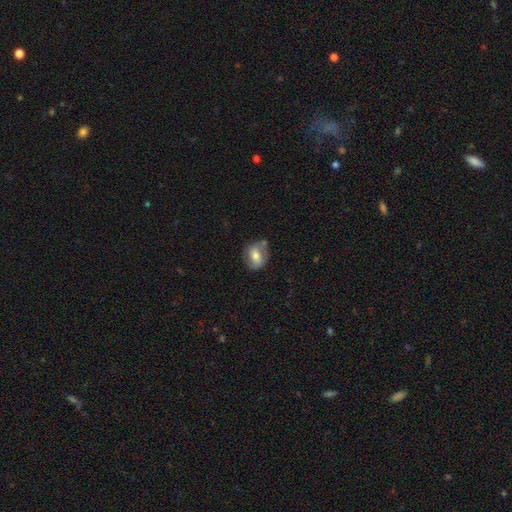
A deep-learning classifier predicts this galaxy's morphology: type=smooth (54%); roundness=in between (52%); merging=none (62%).